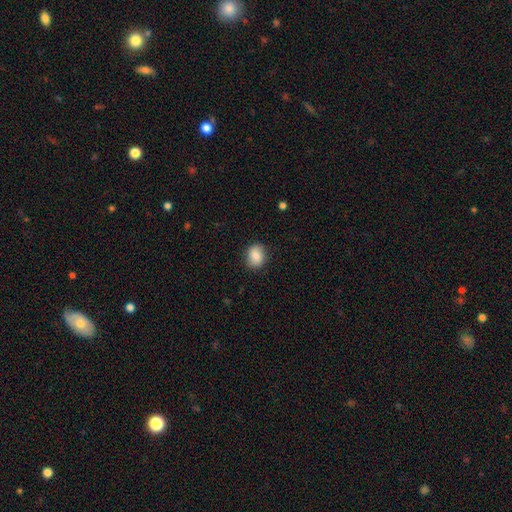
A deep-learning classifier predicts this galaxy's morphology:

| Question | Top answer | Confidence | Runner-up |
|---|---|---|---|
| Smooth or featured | smooth | 86% | star or artifact (8%) |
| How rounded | round | 52% | in between (47%) |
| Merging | none | 84% | minor disturbance (12%) |